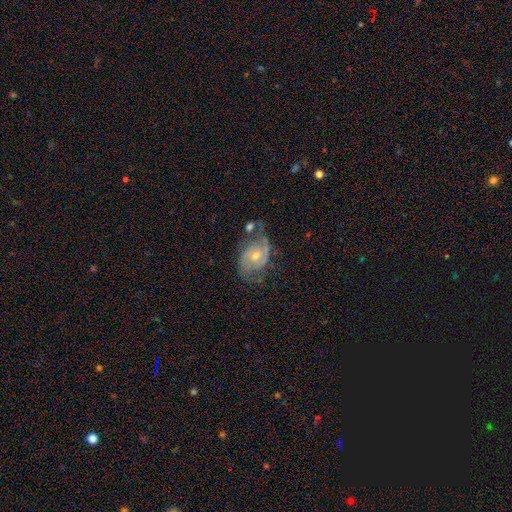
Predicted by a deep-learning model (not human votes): This appears to be a featured or disk galaxy (82%) with no bar (61%), 2 (81%) medium (48%) spiral arms (94%) and a moderate central bulge (50%). Merging: none (57%).